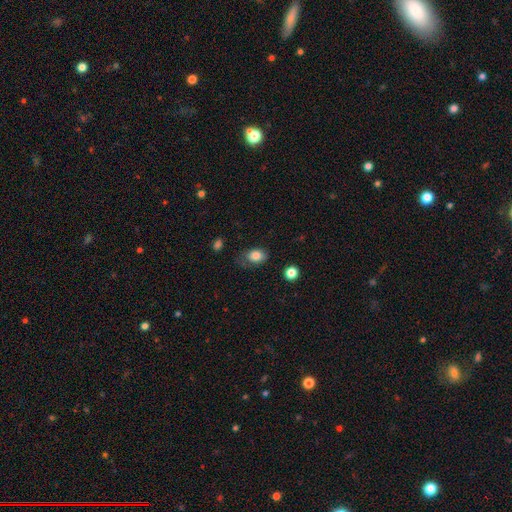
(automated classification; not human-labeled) A smooth galaxy with no disk features (82%) that is in between round and cigar-shaped (78%).

Vote fractions:
- Smooth or featured? smooth: 82% / featured or disk: 9% / star or artifact: 9%
- How rounded? in between: 78% / round: 21% / cigar-shaped: 1%
- Merging? none: 54% / minor disturbance: 31% / major disturbance: 14% / merger: 2%